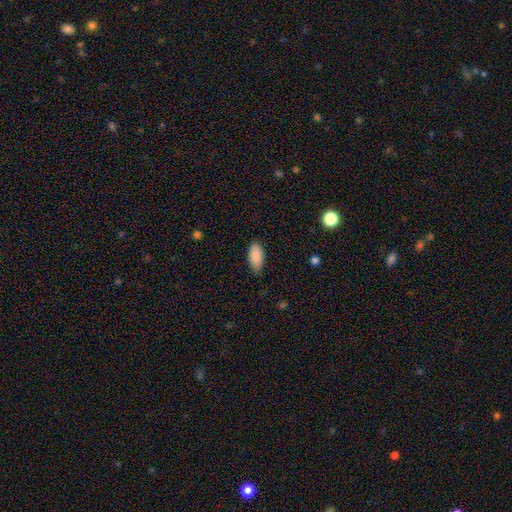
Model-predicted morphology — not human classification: Q: Smooth or featured?
A: smooth (89%); runner-up: star or artifact (6%)
Q: How rounded?
A: in between (91%); runner-up: cigar-shaped (7%)
Q: Merging?
A: none (81%); runner-up: minor disturbance (16%)